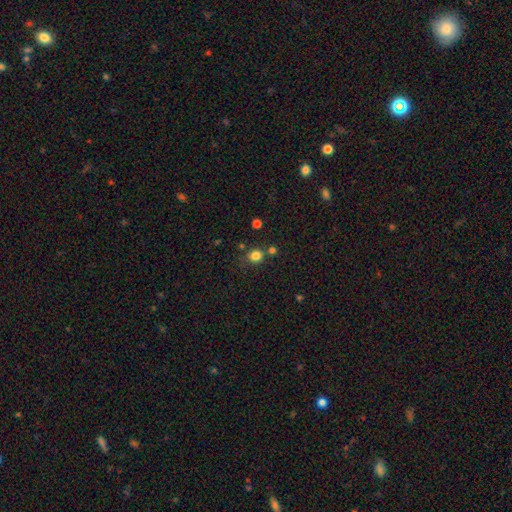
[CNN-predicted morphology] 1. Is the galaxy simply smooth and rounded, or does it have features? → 81% smooth, 14% star or artifact, 5% featured or disk.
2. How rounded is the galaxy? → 86% round, 13% in between, 1% cigar-shaped.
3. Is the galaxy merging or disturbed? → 72% none, 13% merger, 11% minor disturbance, 4% major disturbance.